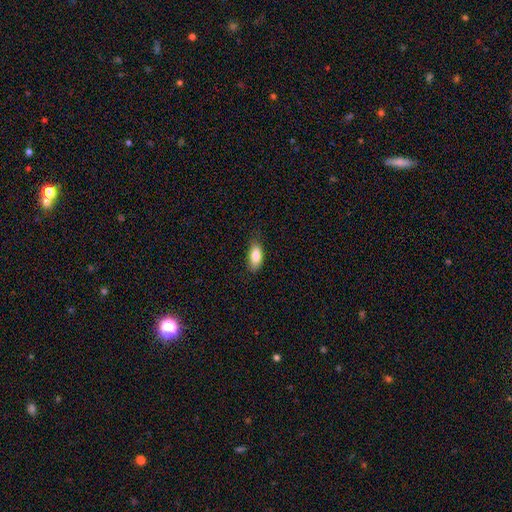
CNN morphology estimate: The model was most divided on "merging": none: 76%, minor disturbance: 19%, major disturbance: 3%, merger: 1%. More confident: how rounded — in between (86%); smooth or featured — smooth (83%).